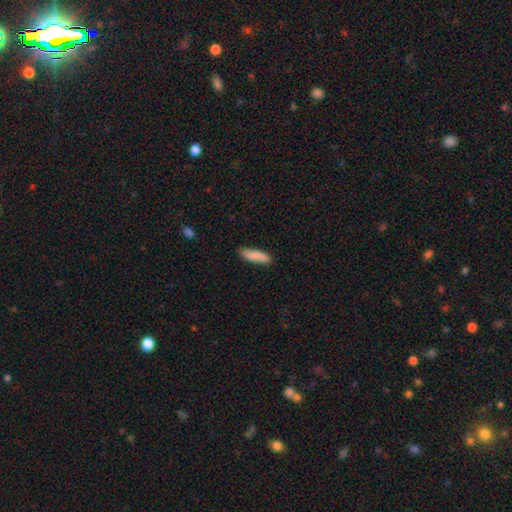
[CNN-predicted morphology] Overall: smooth (87%). How rounded: cigar-shaped (58%; in between 40%). Merging: none (80%).